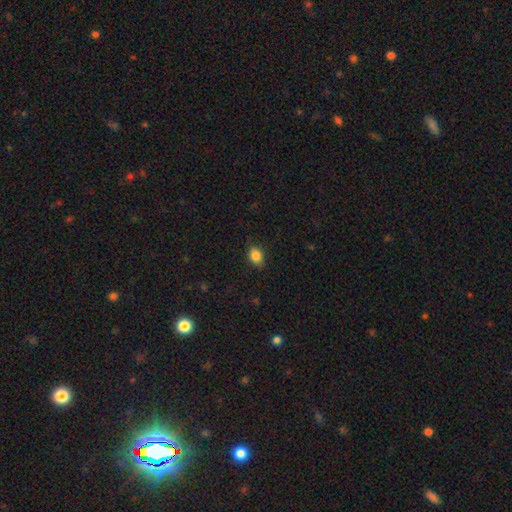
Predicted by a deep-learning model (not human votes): Smooth or featured? smooth (86%)
How rounded? in between (66%)
Merging? none (83%)